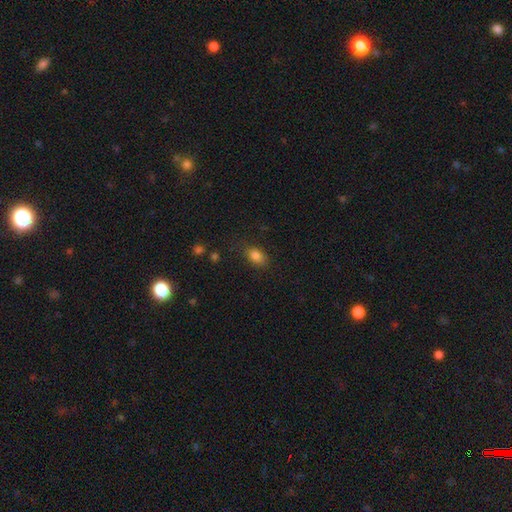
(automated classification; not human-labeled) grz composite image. It shows a smooth galaxy with no disk features (83%) that is in between round and cigar-shaped (79%). Merging: none (79%).